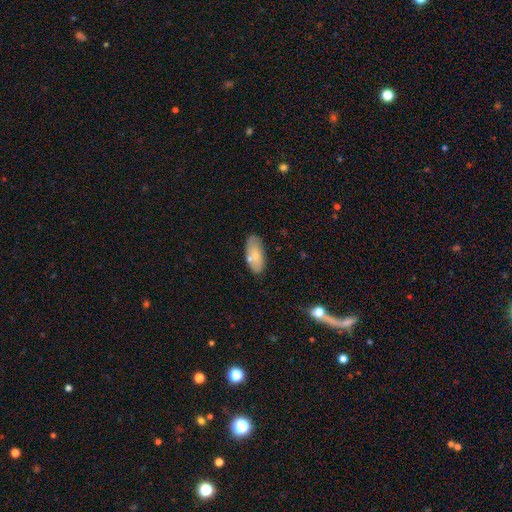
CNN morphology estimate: A smooth galaxy with no disk features (68%) that is in between round and cigar-shaped (89%). Merging: none (67%).